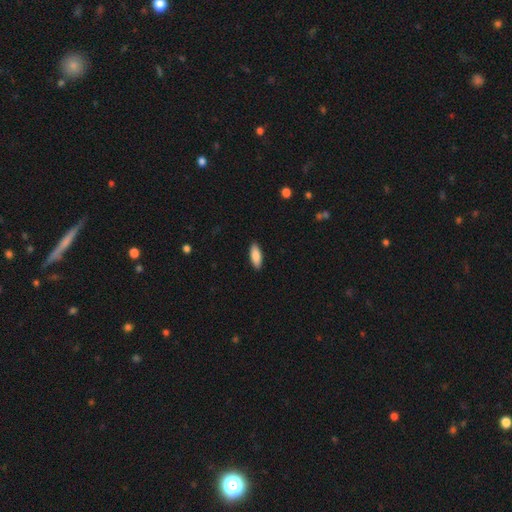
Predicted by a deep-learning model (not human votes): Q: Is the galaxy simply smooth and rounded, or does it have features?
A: smooth — 87%.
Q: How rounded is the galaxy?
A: in between — 71%.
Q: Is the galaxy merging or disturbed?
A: none — 90%.